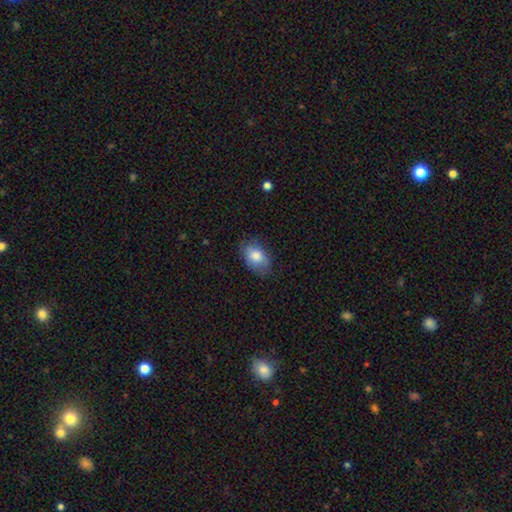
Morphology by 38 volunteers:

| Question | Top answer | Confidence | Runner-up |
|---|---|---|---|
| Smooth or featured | smooth | 66% | featured or disk (26%) |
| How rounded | in between | 100% | — |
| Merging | none | 71% | minor disturbance (26%) |